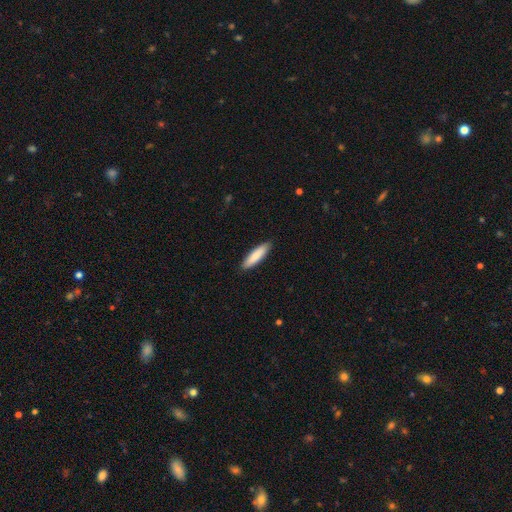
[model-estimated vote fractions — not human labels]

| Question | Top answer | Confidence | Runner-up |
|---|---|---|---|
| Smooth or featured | smooth | 85% | featured or disk (10%) |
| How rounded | cigar-shaped | 68% | in between (30%) |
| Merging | none | 89% | minor disturbance (8%) |